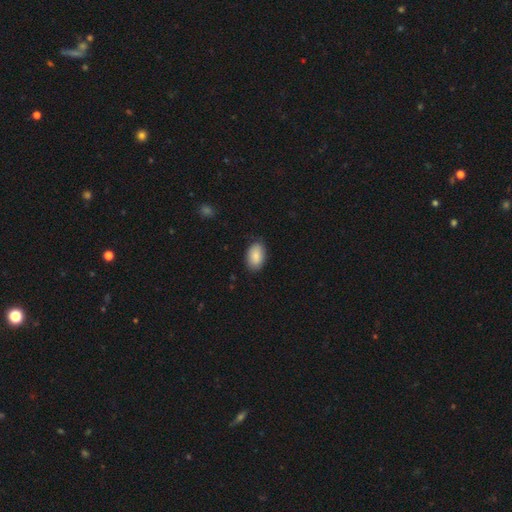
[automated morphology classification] Q: Smooth or featured?
A: smooth (87%); runner-up: featured or disk (6%)
Q: How rounded?
A: in between (91%); runner-up: round (8%)
Q: Merging?
A: none (85%); runner-up: minor disturbance (12%)